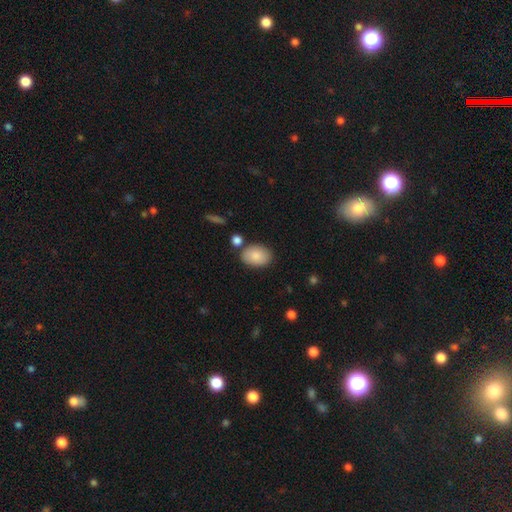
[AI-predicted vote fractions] Overall: smooth (86%). How rounded: in between (85%). Merging: none (77%).